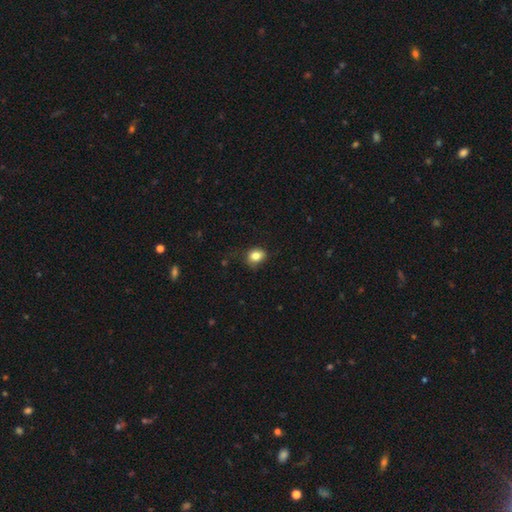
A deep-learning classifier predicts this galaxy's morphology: Overall: smooth (83%). How rounded: round (56%; in between 44%). Merging: none (69%).